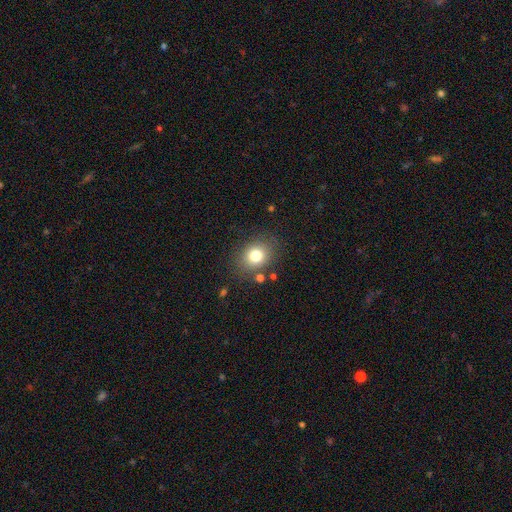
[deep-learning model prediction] This appears to be a smooth galaxy with no disk features (78%) that is round (53%). Merging: none (81%).